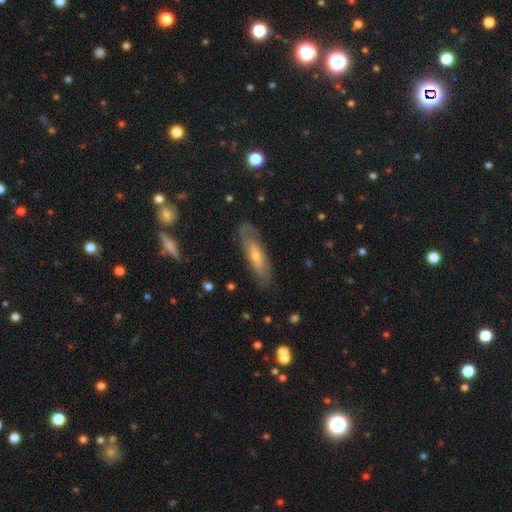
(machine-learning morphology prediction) A featured or disk galaxy (59%).

Vote fractions:
- Smooth or featured? featured or disk: 59% / smooth: 34% / star or artifact: 7%
- Edge-on disk? no: 65% / yes: 35%
- Merging? none: 73% / minor disturbance: 18% / major disturbance: 7% / merger: 2%